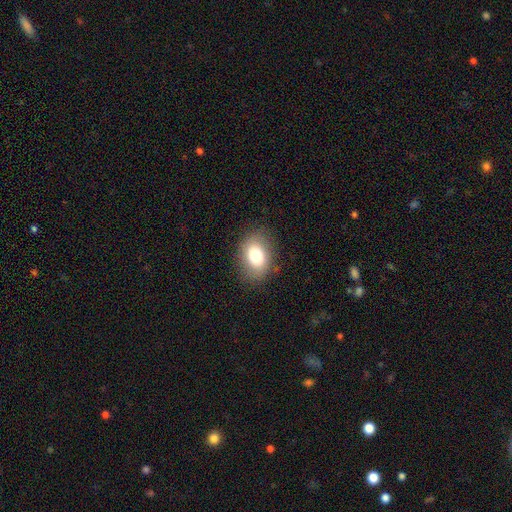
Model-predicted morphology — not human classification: Smooth or featured?
  - smooth: 77% *
  - featured or disk: 13%
  - star or artifact: 9%
How rounded?
  - in between: 74% *
  - round: 25%
  - cigar-shaped: 1%
Merging?
  - none: 83% *
  - minor disturbance: 12%
  - major disturbance: 4%
  - merger: 1%